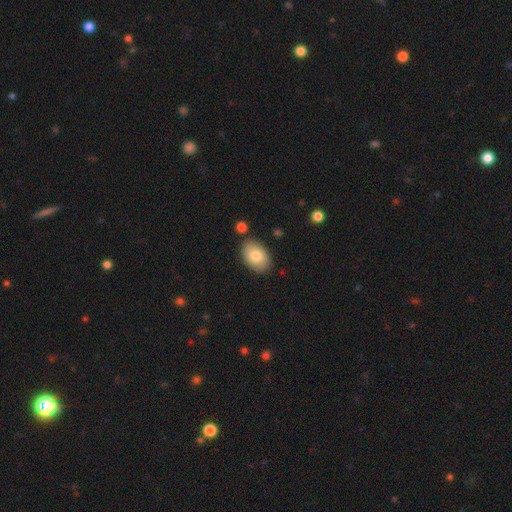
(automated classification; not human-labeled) This appears to be a smooth galaxy with no disk features (81%) that is in between round and cigar-shaped (88%). Merging: none (83%).